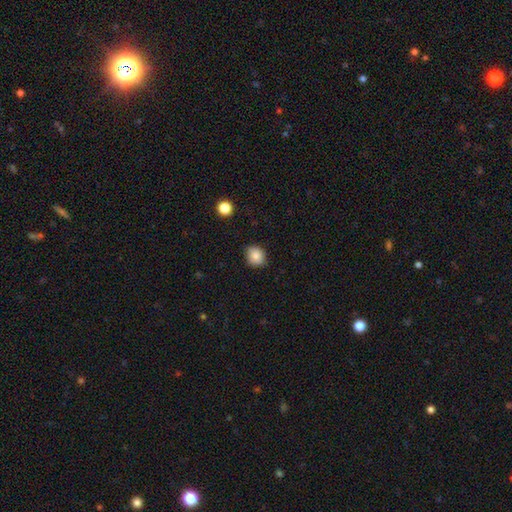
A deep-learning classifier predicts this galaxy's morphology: smooth-or-featured: smooth: 85% | star or artifact: 10% | featured or disk: 5%
  how-rounded: round: 72% | in between: 27% | cigar-shaped: 1%
  merging: none: 83% | minor disturbance: 13% | major disturbance: 2% | merger: 1%